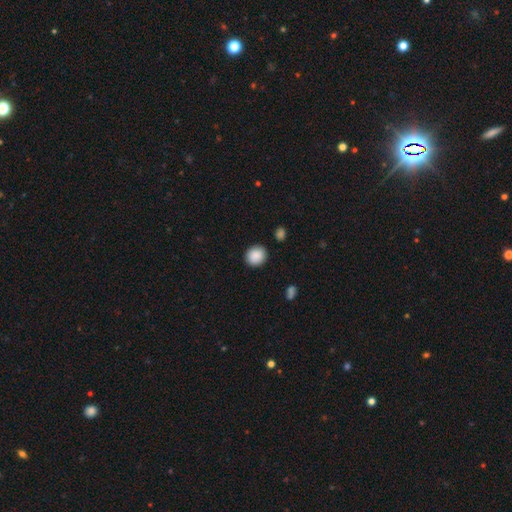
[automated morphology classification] Smooth or featured? Predicted: smooth (p=0.89). How rounded? Predicted: round (p=0.82). Merging? Predicted: none (p=0.88).